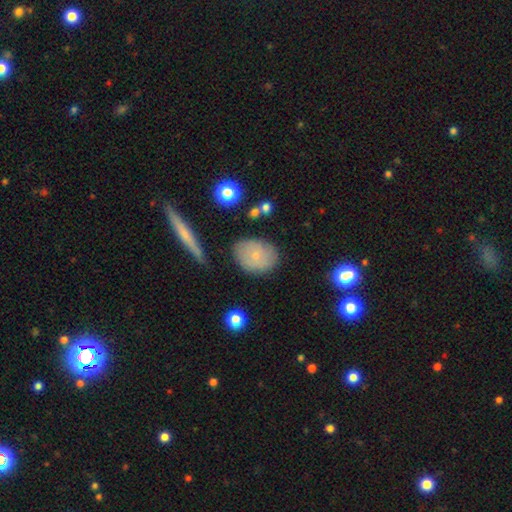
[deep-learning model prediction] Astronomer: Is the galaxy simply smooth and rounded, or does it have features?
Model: smooth — 63%.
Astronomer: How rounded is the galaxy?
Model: in between — 58% (runner-up: round, 40%).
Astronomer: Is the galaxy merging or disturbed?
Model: none — 75%.